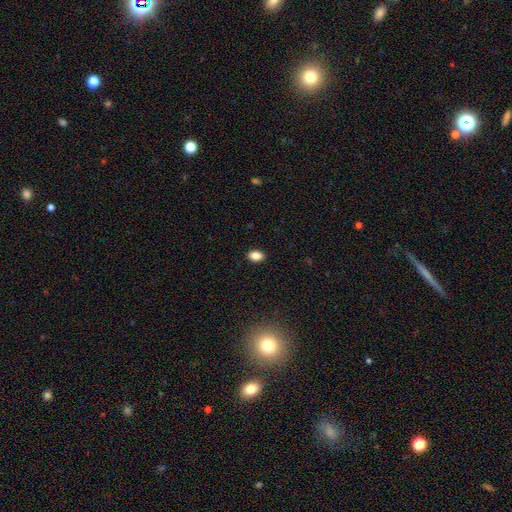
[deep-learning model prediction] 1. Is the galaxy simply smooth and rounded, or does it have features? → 86% smooth, 9% star or artifact, 5% featured or disk.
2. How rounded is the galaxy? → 84% in between, 14% round, 2% cigar-shaped.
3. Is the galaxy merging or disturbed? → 89% none, 8% minor disturbance, 2% major disturbance, 1% merger.